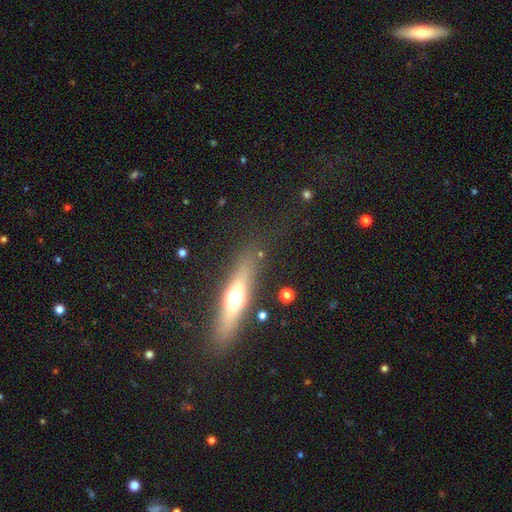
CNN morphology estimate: smooth_or_featured: featured or disk (p=0.57) [alt: smooth p=0.34]
disk_edge_on: yes (p=0.91) [alt: no p=0.09]
edge_on_bulge: rounded (p=0.91) [alt: boxy p=0.04]
merging: none (p=0.81) [alt: minor disturbance p=0.12]